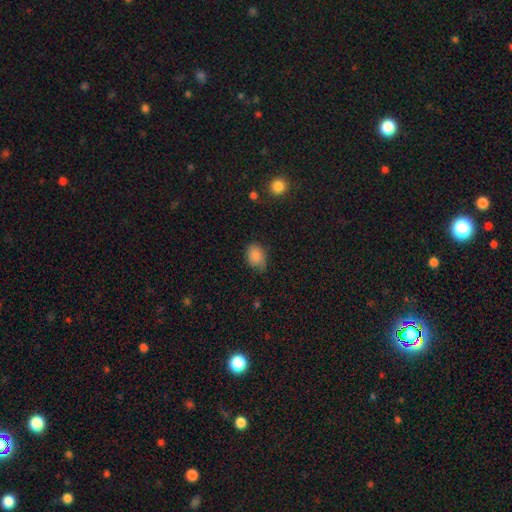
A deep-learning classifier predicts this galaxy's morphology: Smooth or featured: smooth — 84% (star or artifact — 9%)
How rounded: in between — 69% (round — 30%)
Merging: none — 61% (minor disturbance — 31%)